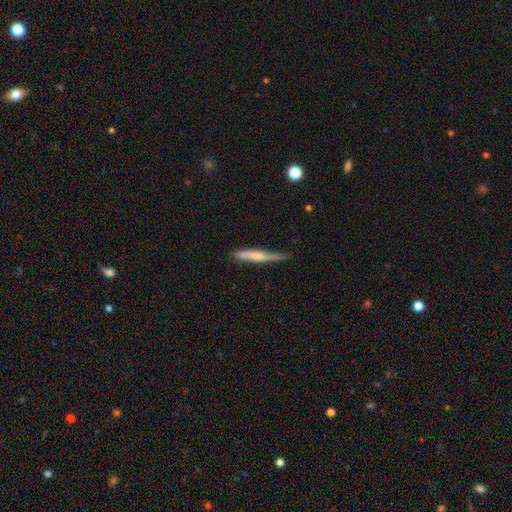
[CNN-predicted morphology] Smooth or featured? Predicted: smooth (p=0.62). How rounded? Predicted: cigar-shaped (p=0.94). Merging? Predicted: none (p=0.65).